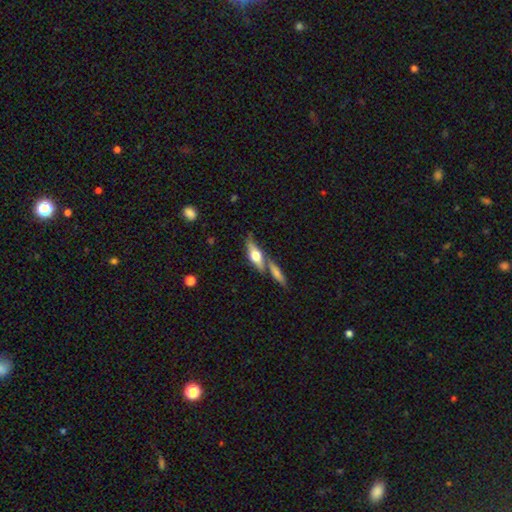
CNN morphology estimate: A featured or disk galaxy (53%) viewed edge-on (89%).

Vote fractions:
- Smooth or featured? featured or disk: 53% / smooth: 40% / star or artifact: 7%
- Edge-on disk? yes: 89% / no: 11%
- Merging? none: 57% / merger: 26% / minor disturbance: 12% / major disturbance: 4%